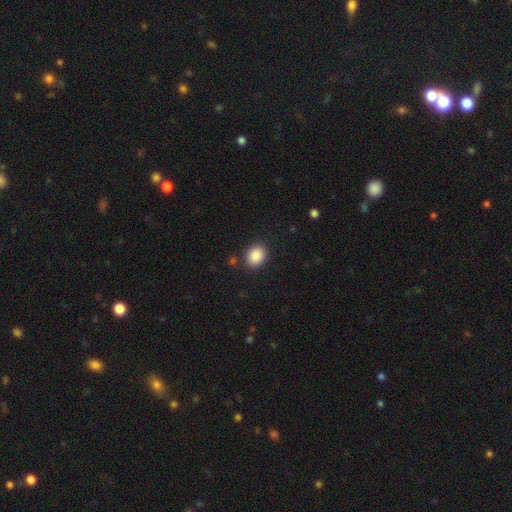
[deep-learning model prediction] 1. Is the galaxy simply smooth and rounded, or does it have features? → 89% smooth, 8% star or artifact, 3% featured or disk.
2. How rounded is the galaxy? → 52% round, 47% in between, 1% cigar-shaped.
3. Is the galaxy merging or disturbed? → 87% none, 8% minor disturbance, 3% major disturbance, 2% merger.